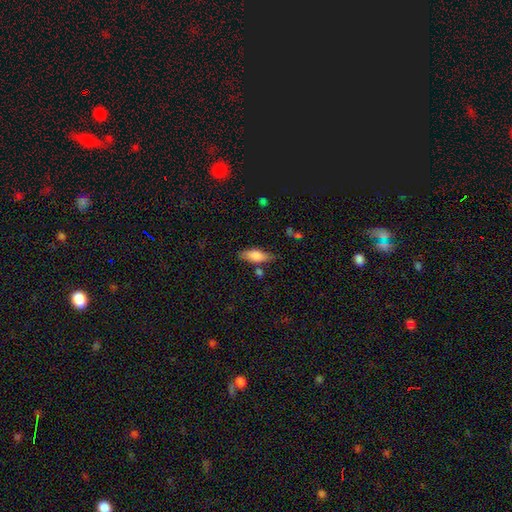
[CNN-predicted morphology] This appears to be a smooth galaxy with no disk features (77%) that is in between round and cigar-shaped (69%). Merging: none (69%).